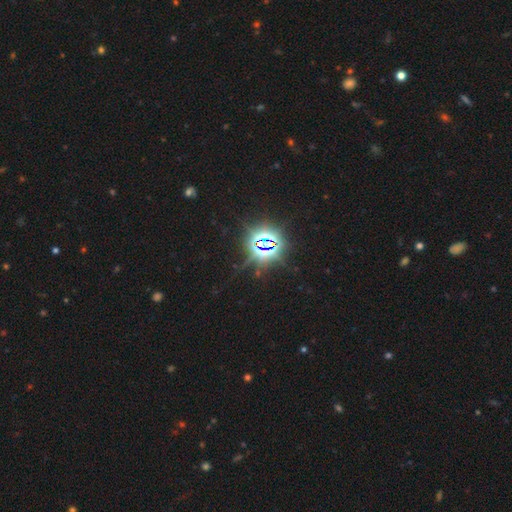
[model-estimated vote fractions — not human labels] smooth-or-featured: star or artifact: 84% | smooth: 9% | featured or disk: 7%